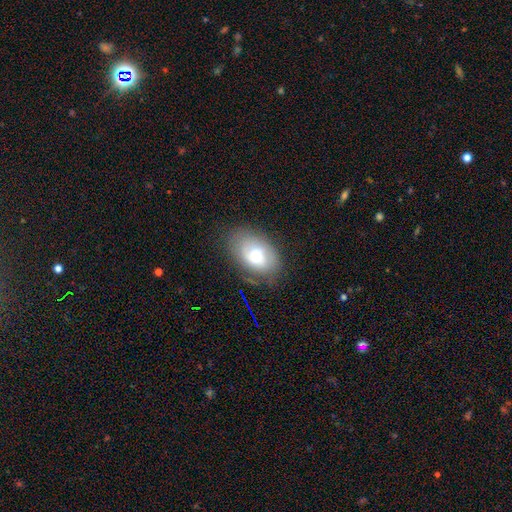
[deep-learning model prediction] Smooth or featured?
  - smooth: 47% *
  - featured or disk: 44%
  - star or artifact: 9%
Merging?
  - none: 72% *
  - minor disturbance: 19%
  - major disturbance: 7%
  - merger: 2%